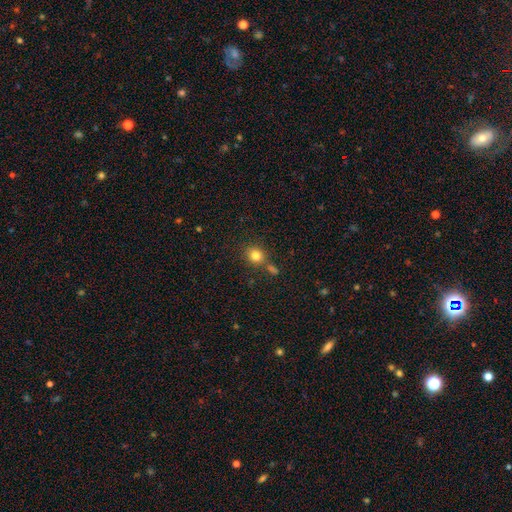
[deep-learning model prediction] smooth 82%, star or artifact 12%, featured or disk 6%. Down the decision tree: how rounded — round (79%); merging — none (73%).